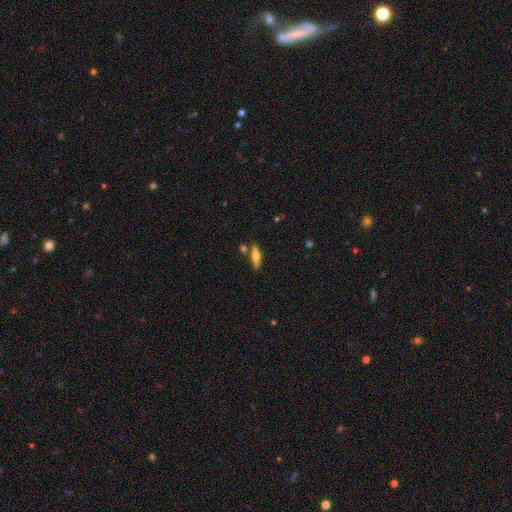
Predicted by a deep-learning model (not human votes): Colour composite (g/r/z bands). It shows a smooth galaxy with no disk features (52%) that is cigar-shaped (66%). Merging: none (78%).